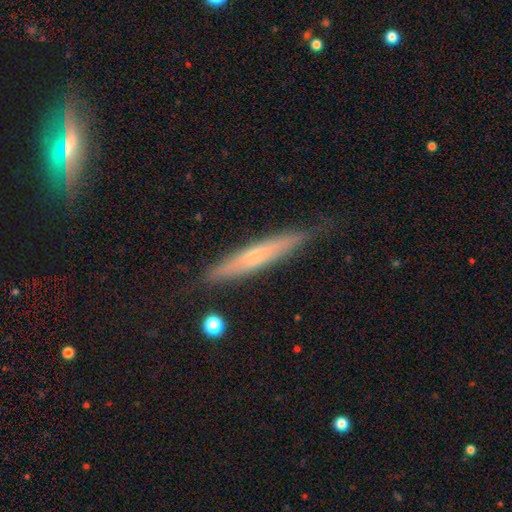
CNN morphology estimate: This is possibly a smooth galaxy (47%). Merging: clearly none (80%).